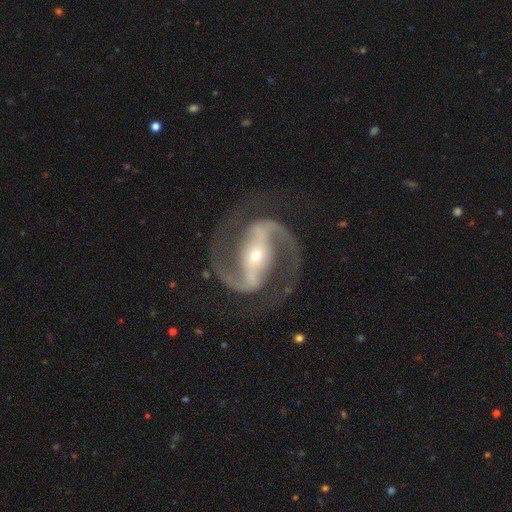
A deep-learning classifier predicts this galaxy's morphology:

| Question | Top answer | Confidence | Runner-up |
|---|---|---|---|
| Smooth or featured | featured or disk | 93% | star or artifact (4%) |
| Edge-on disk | no | 98% | yes (2%) |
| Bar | strong | 65% | weak (20%) |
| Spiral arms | yes | 98% | no (2%) |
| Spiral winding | medium | 64% | tight (21%) |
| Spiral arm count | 2 | 95% | can't tell (1%) |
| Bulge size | small | 70% | moderate (26%) |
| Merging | none | 83% | minor disturbance (10%) |